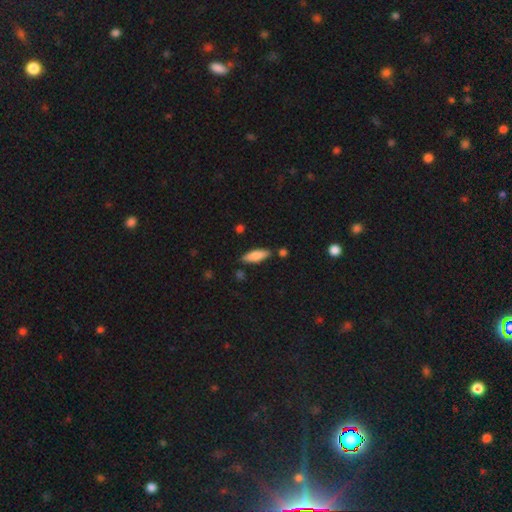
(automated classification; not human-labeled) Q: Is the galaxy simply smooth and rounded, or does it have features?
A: smooth — 81%.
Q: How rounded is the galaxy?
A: cigar-shaped — 50%.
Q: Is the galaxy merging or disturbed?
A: none — 82%.